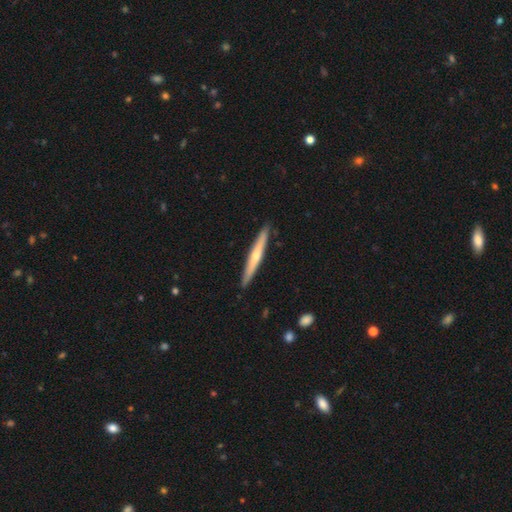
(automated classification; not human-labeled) Smooth or featured?
  - featured or disk: 55% *
  - smooth: 40%
  - star or artifact: 5%
Edge-on disk?
  - yes: 95% *
  - no: 5%
Edge-on bulge?
  - rounded: 69% *
  - none: 28%
  - boxy: 3%
Merging?
  - none: 91% *
  - minor disturbance: 7%
  - major disturbance: 1%
  - merger: 1%